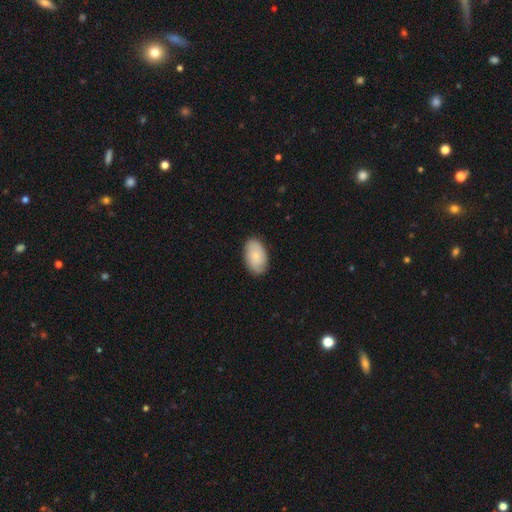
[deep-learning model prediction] Overall: smooth (67%). How rounded: in between (93%). Merging: none (83%).